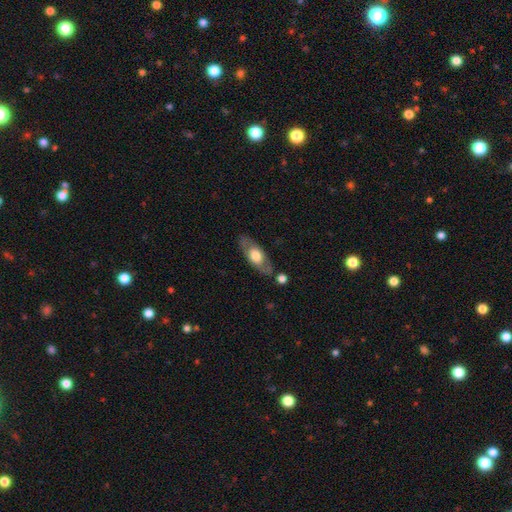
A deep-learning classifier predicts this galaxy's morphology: smooth 48%, featured or disk 46%, star or artifact 5%. Down the decision tree: merging — none (77%).